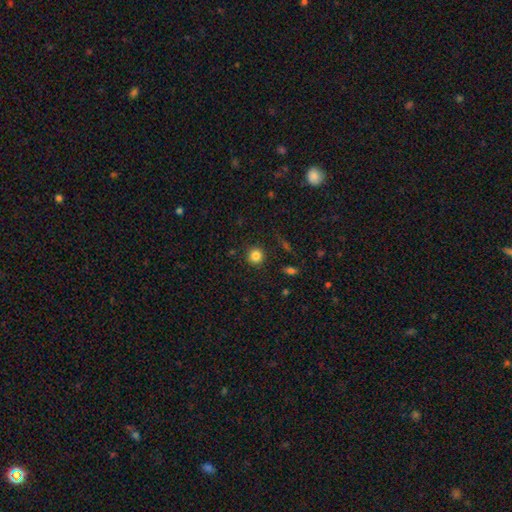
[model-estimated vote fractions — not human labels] Overall: smooth (83%). How rounded: round (93%). Merging: none (89%).